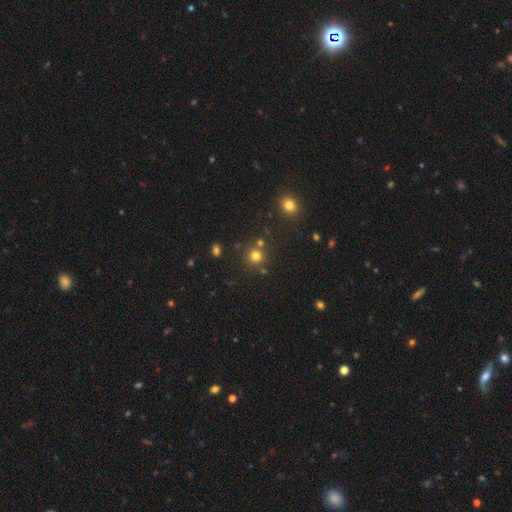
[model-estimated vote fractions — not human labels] Smooth or featured? smooth (76%)
How rounded? round (90%)
Merging? none (76%)